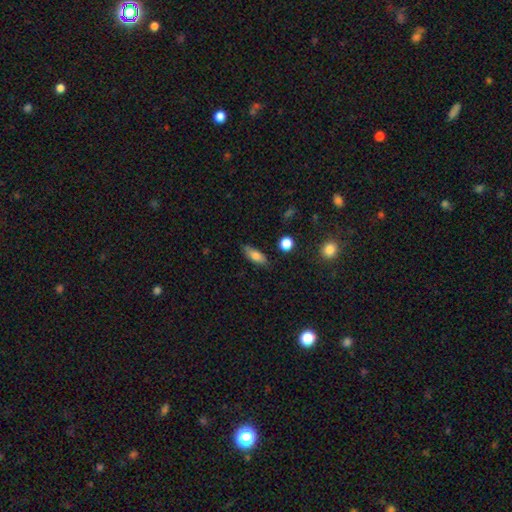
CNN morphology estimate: A smooth galaxy with no disk features (77%) that is in between round and cigar-shaped (73%).

Vote fractions:
- Smooth or featured? smooth: 77% / featured or disk: 15% / star or artifact: 8%
- How rounded? in between: 73% / cigar-shaped: 23% / round: 4%
- Merging? none: 78% / minor disturbance: 17% / major disturbance: 3% / merger: 2%